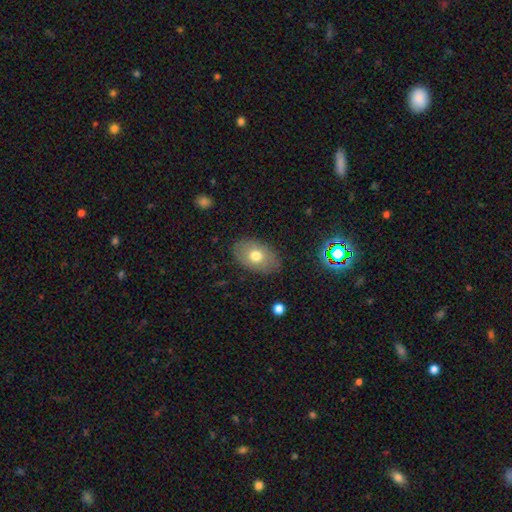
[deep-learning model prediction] Smooth or featured? smooth (68%)
How rounded? in between (88%)
Merging? none (83%)